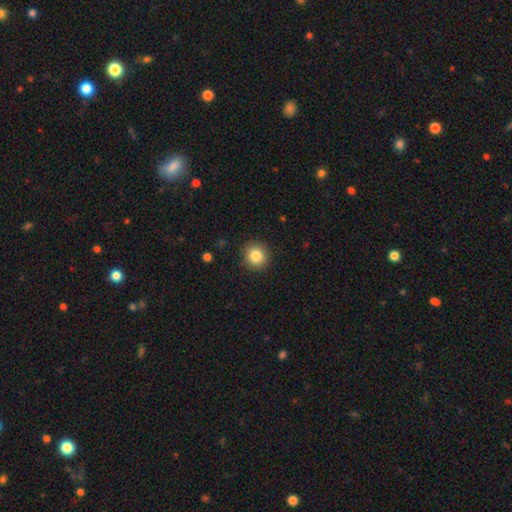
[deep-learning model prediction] This appears to be a smooth galaxy with no disk features (84%) that is round (91%). Merging: none (90%).